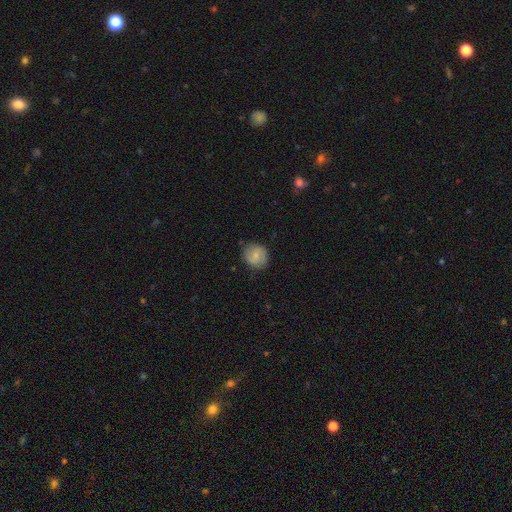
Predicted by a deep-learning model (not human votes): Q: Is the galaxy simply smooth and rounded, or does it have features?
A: smooth — 72%.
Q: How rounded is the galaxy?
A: round — 81%.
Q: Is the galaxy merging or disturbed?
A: none — 81%.